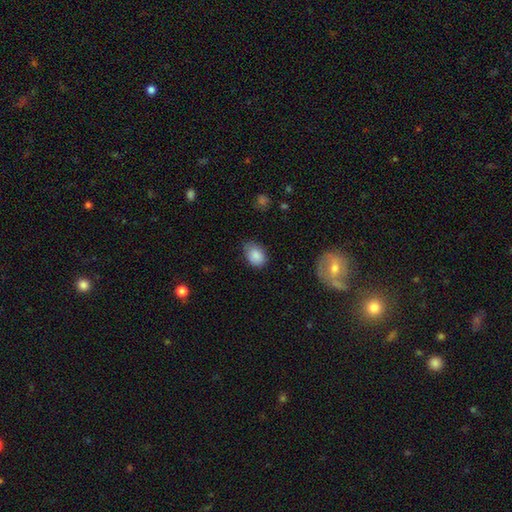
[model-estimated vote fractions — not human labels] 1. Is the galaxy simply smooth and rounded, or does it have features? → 86% smooth, 8% star or artifact, 6% featured or disk.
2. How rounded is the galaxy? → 78% in between, 21% round, 1% cigar-shaped.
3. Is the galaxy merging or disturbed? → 66% none, 28% minor disturbance, 5% major disturbance, 2% merger.